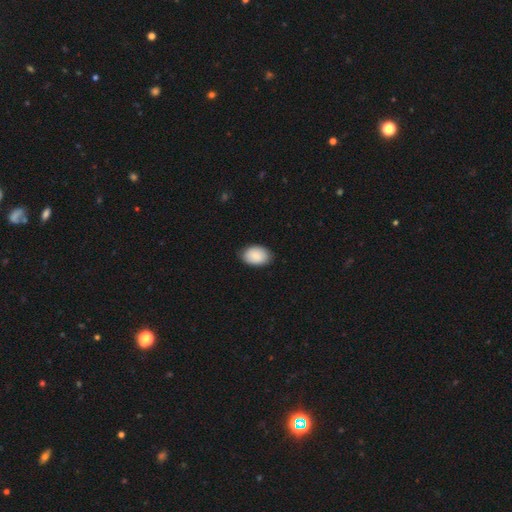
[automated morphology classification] Q: Smooth or featured?
A: smooth (89%); runner-up: star or artifact (6%)
Q: How rounded?
A: in between (87%); runner-up: round (12%)
Q: Merging?
A: none (84%); runner-up: minor disturbance (13%)